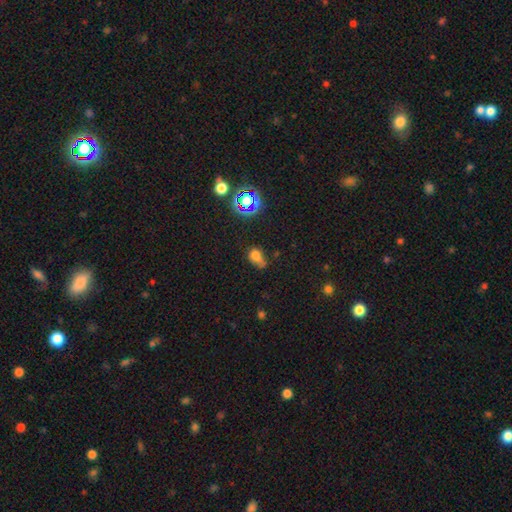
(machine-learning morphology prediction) Overall: smooth (67%). How rounded: in between (61%; round 36%). Merging: none (36%; minor disturbance 28%).